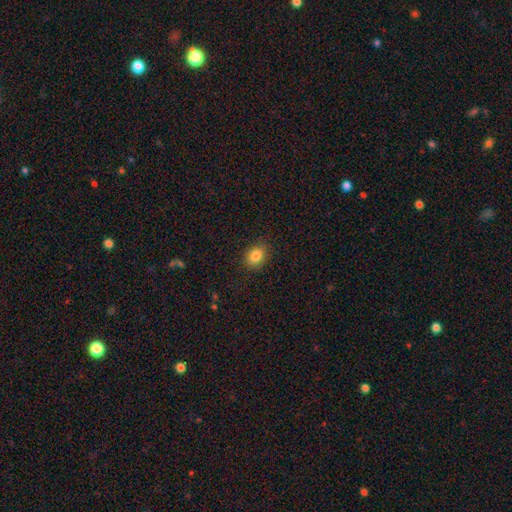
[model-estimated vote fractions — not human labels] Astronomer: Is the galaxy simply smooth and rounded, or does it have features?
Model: smooth — 84%.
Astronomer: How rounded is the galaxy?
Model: in between — 64%.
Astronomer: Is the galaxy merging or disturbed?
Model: none — 86%.